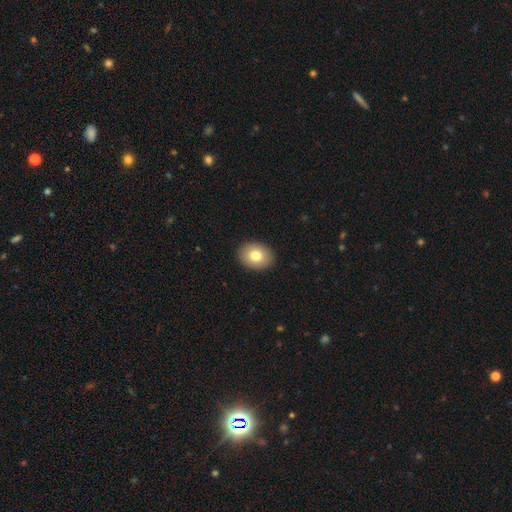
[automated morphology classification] Smooth or featured: smooth — 80% (featured or disk — 12%)
How rounded: in between — 62% (round — 37%)
Merging: none — 91% (minor disturbance — 6%)